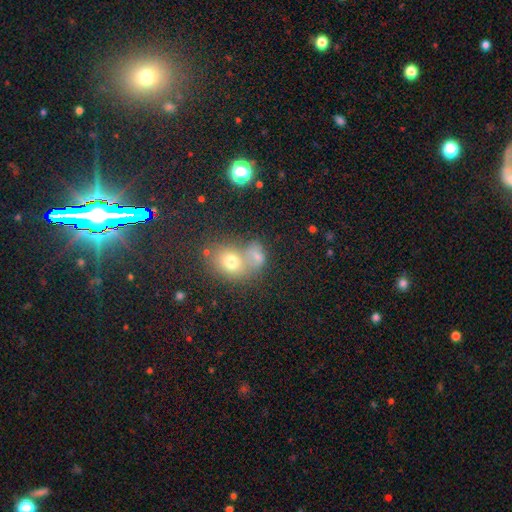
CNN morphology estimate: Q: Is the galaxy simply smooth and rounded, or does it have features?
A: smooth — 65%.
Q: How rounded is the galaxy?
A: in between — 56%.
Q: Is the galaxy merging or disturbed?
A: merger — 49%.